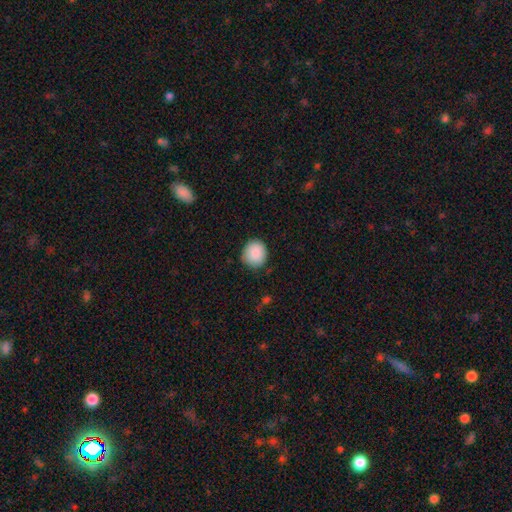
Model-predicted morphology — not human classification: type=smooth (89%); roundness=round (88%); merging=none (84%).